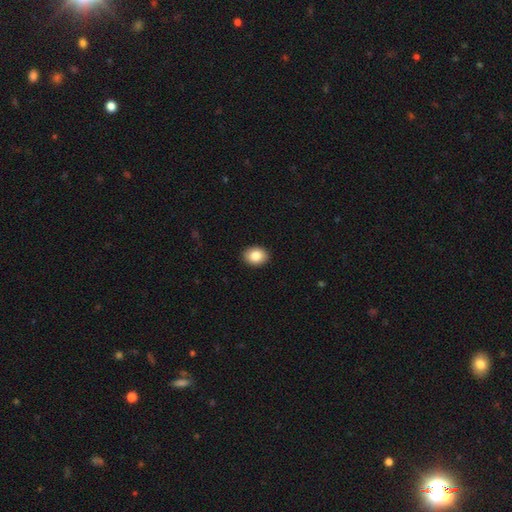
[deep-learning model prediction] The model was most divided on "how rounded": in between: 65%, round: 34%, cigar-shaped: 1%. More confident: merging — none (91%); smooth or featured — smooth (86%).